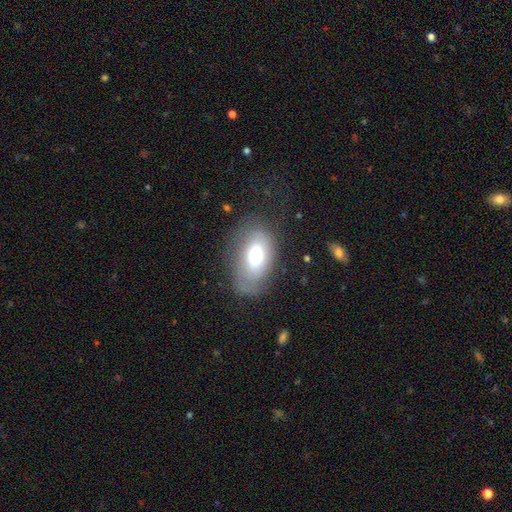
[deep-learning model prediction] Smooth or featured? Predicted: smooth (p=0.64). How rounded? Predicted: in between (p=0.84). Merging? Predicted: none (p=0.61).